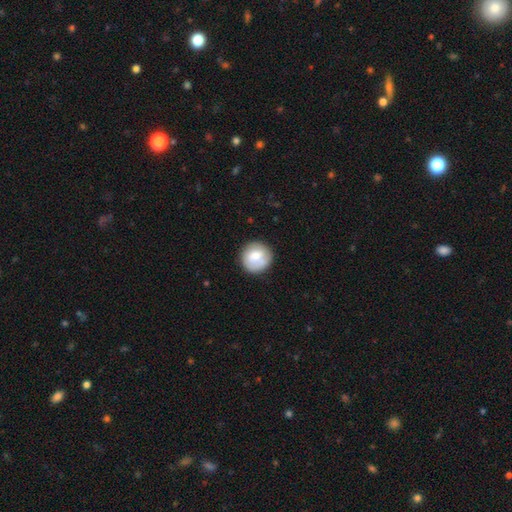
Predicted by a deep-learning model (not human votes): The model was most divided on "smooth or featured": smooth: 72%, featured or disk: 22%, star or artifact: 7%. More confident: how rounded — round (94%); merging — none (81%).